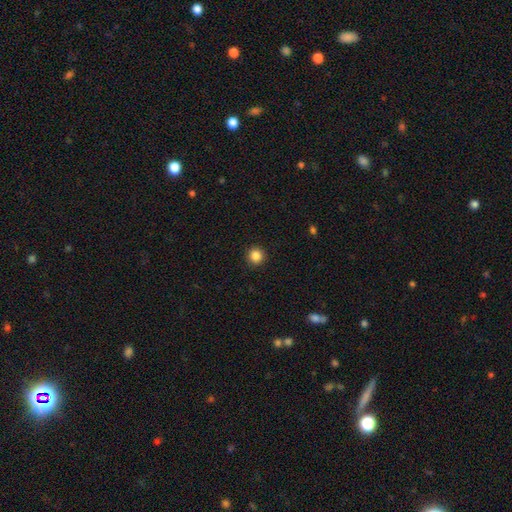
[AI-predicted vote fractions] Q: Smooth or featured?
A: smooth (86%); runner-up: star or artifact (11%)
Q: How rounded?
A: round (95%); runner-up: in between (4%)
Q: Merging?
A: none (93%); runner-up: minor disturbance (5%)